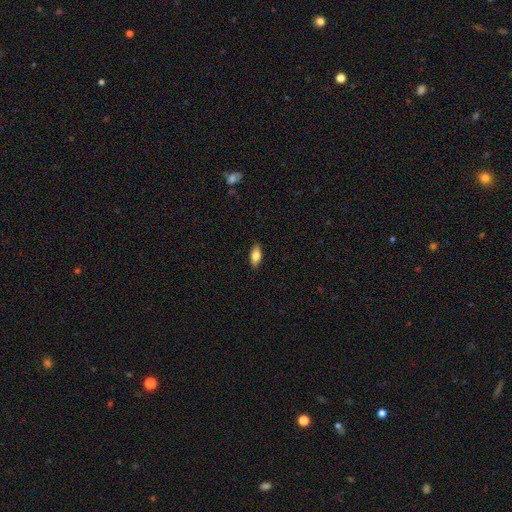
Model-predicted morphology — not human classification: This is likely a smooth galaxy (77%). How rounded: clearly in between (86%). Merging: clearly none (88%).